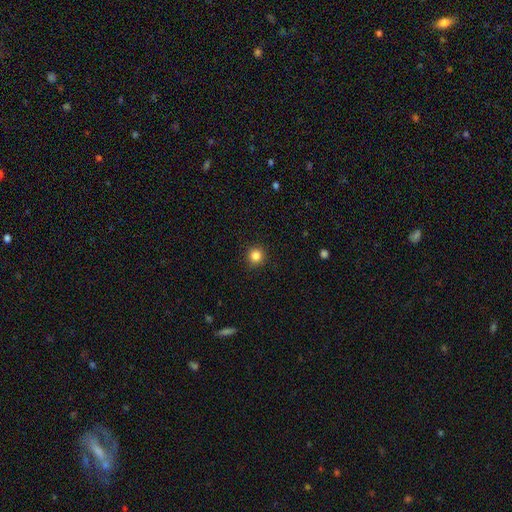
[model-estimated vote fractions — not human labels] A smooth galaxy with no disk features (84%) that is round (94%).

Vote fractions:
- Smooth or featured? smooth: 84% / star or artifact: 11% / featured or disk: 4%
- How rounded? round: 94% / in between: 5% / cigar-shaped: 1%
- Merging? none: 91% / minor disturbance: 6% / major disturbance: 2% / merger: 1%